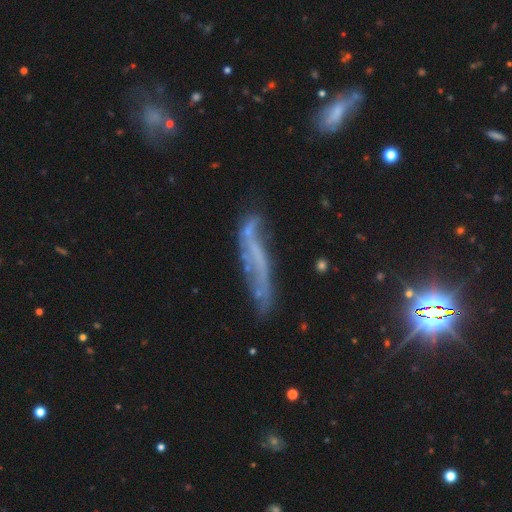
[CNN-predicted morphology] smooth-or-featured: featured or disk: 59% | smooth: 26% | star or artifact: 15%
  disk-edge-on: no: 57% | yes: 43%
  merging: none: 48% | minor disturbance: 26% | major disturbance: 18% | merger: 8%